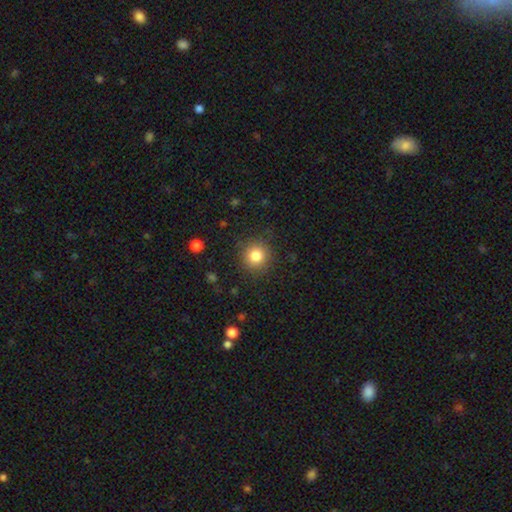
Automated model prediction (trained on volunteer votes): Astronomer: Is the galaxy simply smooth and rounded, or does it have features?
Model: smooth — 82%.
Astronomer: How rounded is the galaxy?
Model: round — 93%.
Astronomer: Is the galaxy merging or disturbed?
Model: none — 89%.